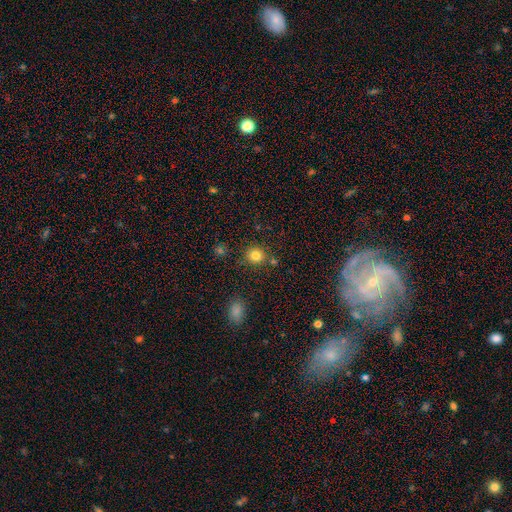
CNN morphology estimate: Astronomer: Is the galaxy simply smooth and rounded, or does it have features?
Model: smooth — 82%.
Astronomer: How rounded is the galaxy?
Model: round — 85%.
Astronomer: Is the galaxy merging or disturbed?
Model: none — 82%.